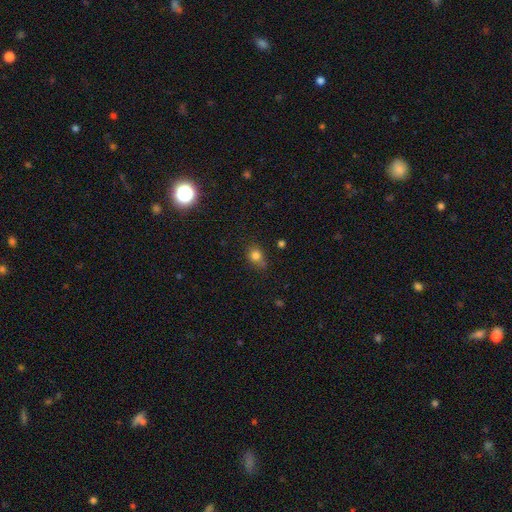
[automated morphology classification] This is clearly a smooth galaxy (80%). How rounded: likely round (62%). Merging: likely none (64%).